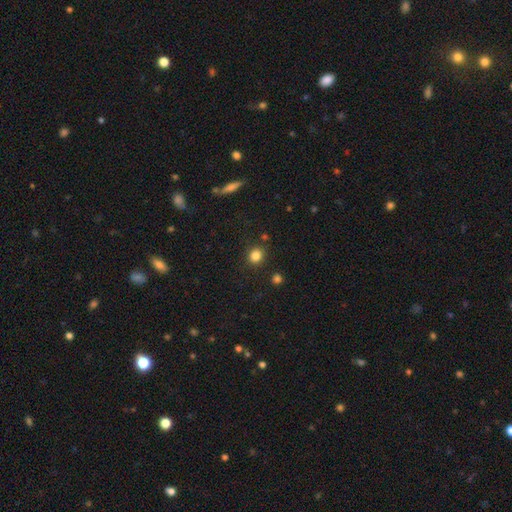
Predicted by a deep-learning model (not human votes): A smooth galaxy with no disk features (83%) that is round (81%). Merging: none (86%).